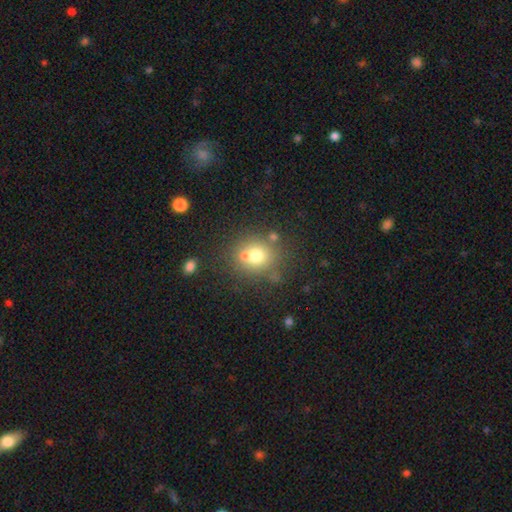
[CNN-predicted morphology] Smooth or featured?
  - smooth: 68% *
  - featured or disk: 18%
  - star or artifact: 14%
How rounded?
  - round: 81% *
  - in between: 18%
  - cigar-shaped: 1%
Merging?
  - none: 56% *
  - merger: 27%
  - minor disturbance: 11%
  - major disturbance: 5%